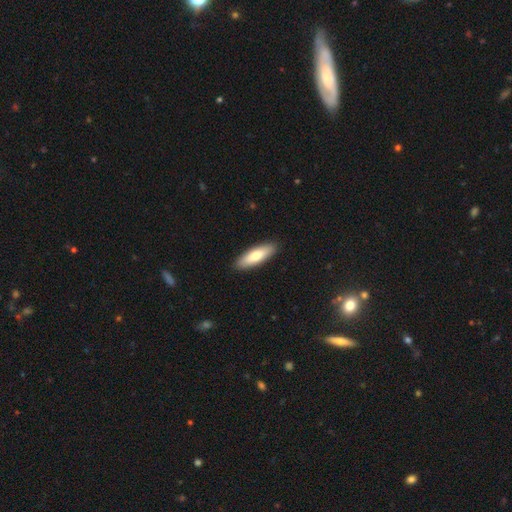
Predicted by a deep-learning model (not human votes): This is likely a smooth galaxy (74%). How rounded: possibly cigar-shaped (49%, tied with in between). Merging: clearly none (91%).